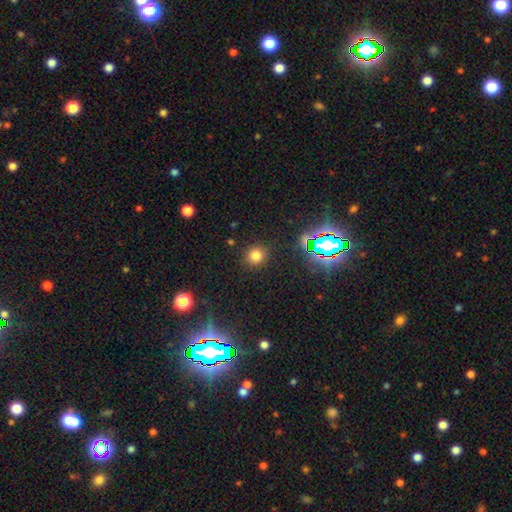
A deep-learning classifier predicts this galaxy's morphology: Smooth or featured? Predicted: smooth (p=0.74). How rounded? Predicted: round (p=0.88). Merging? Predicted: none (p=0.89).